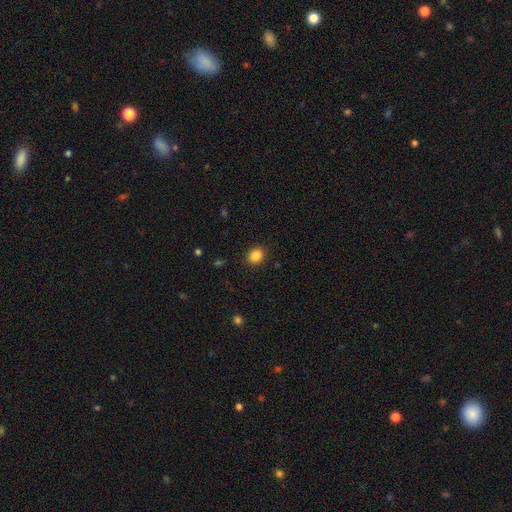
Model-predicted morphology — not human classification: Overall: smooth (85%). How rounded: round (69%; in between 30%). Merging: none (89%).